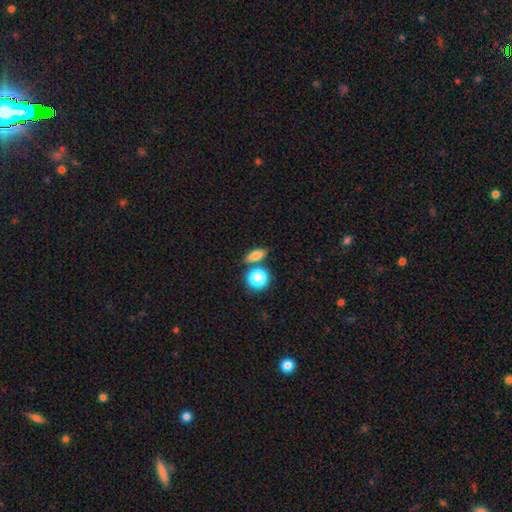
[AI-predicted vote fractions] Smooth or featured? Predicted: smooth (p=0.77). How rounded? Predicted: in between (p=0.57). Merging? Predicted: none (p=0.71).